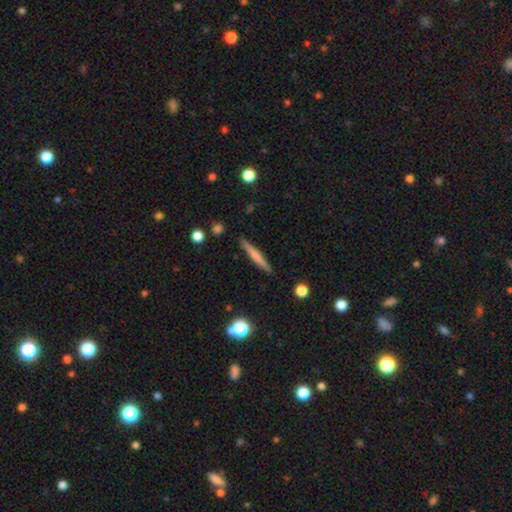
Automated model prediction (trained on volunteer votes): This is possibly a smooth galaxy (60%). How rounded: clearly cigar-shaped (95%). Merging: clearly none (91%).